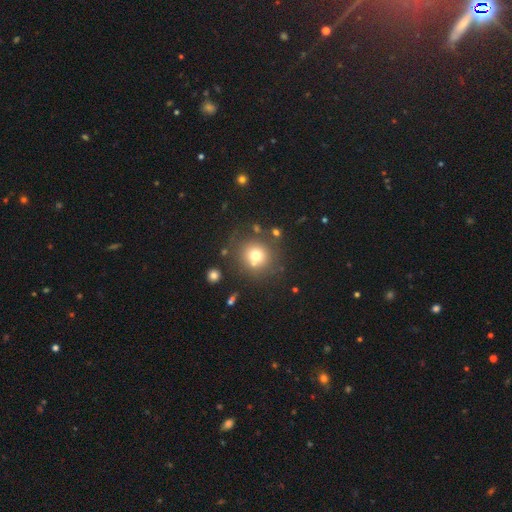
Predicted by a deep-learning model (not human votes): Smooth or featured: smooth — 71% (star or artifact — 15%)
How rounded: round — 90% (in between — 9%)
Merging: none — 72% (merger — 12%)